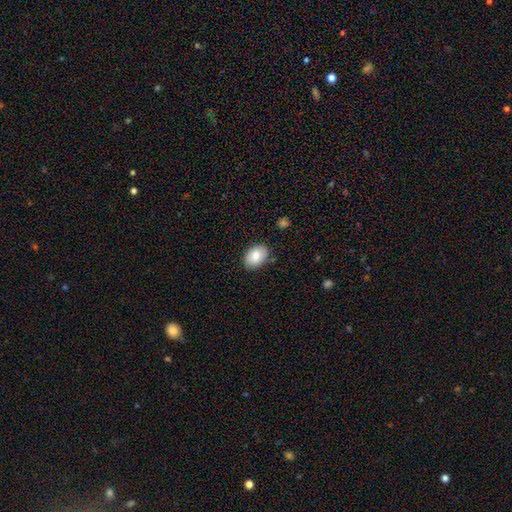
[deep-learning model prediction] Overall: smooth (83%). How rounded: in between (82%). Merging: none (82%).